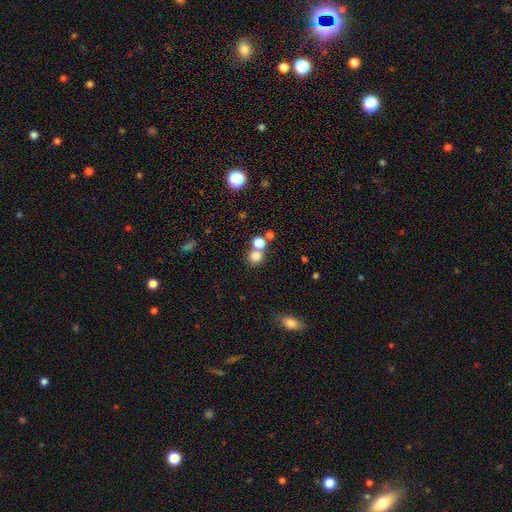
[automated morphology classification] A smooth galaxy with no disk features (77%) that is round (87%).

Vote fractions:
- Smooth or featured? smooth: 77% / star or artifact: 15% / featured or disk: 8%
- How rounded? round: 87% / in between: 12% / cigar-shaped: 1%
- Merging? none: 54% / merger: 35% / minor disturbance: 7% / major disturbance: 4%